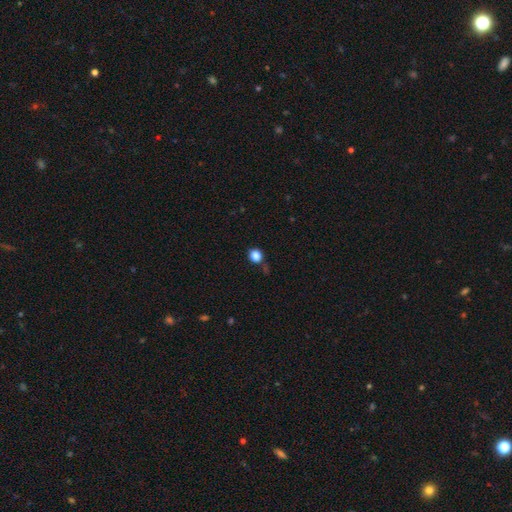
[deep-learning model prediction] Morphology: type=smooth (84%); roundness=round (81%); merging=none (79%).